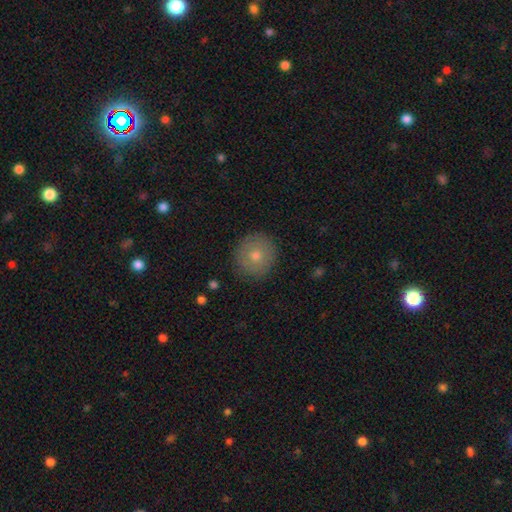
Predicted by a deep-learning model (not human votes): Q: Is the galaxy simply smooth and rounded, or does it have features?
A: smooth — 69%.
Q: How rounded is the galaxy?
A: round — 94%.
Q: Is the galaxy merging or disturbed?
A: none — 90%.